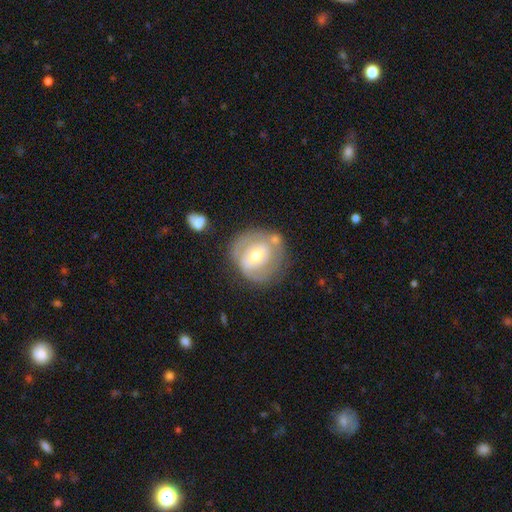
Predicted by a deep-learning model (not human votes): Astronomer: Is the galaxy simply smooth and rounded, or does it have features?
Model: featured or disk — 67%.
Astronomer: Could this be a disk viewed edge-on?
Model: no — 96%.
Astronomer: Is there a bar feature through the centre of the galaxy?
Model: no — 42% (runner-up: weak, 41%).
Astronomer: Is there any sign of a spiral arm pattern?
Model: yes — 61% (runner-up: no, 39%).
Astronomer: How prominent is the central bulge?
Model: moderate — 62%.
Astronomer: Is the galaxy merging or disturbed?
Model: none — 58%.